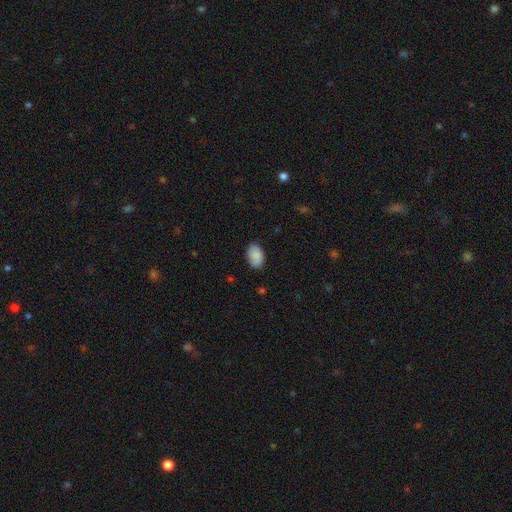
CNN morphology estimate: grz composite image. It shows a smooth galaxy with no disk features (88%) that is in between round and cigar-shaped (88%). Merging: none (82%).